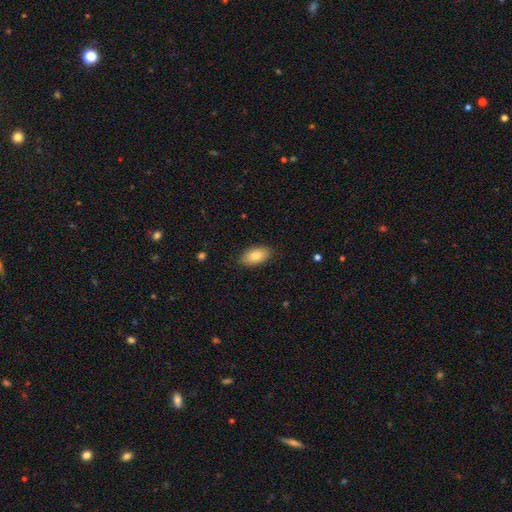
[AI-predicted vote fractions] This is clearly a smooth galaxy (81%). How rounded: clearly in between (92%). Merging: clearly none (87%).